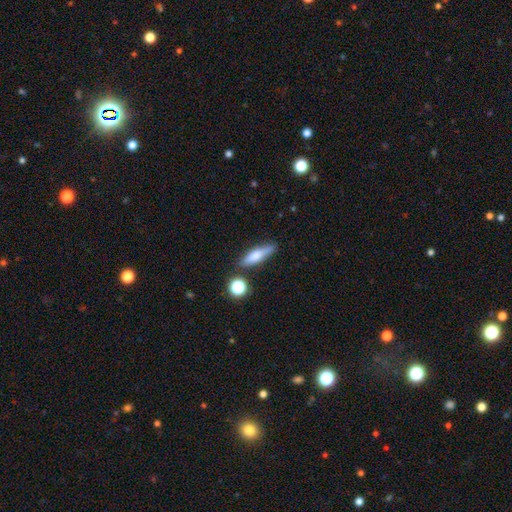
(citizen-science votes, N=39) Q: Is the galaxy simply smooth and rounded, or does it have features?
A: smooth — 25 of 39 (64%).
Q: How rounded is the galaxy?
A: cigar-shaped — 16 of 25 (64%).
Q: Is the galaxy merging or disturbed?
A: none — 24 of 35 (69%).